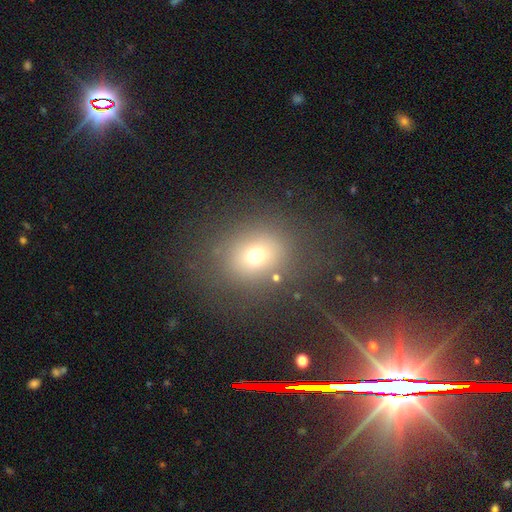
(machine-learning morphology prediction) Smooth or featured? smooth (68%)
How rounded? round (71%)
Merging? none (75%)